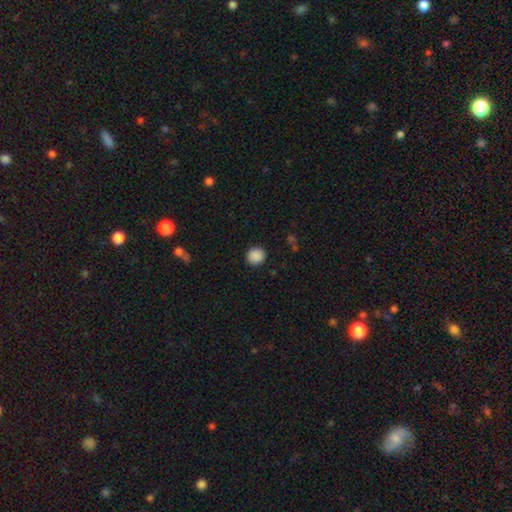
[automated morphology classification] This appears to be a smooth galaxy with no disk features (89%) that is round (88%). Merging: none (91%).